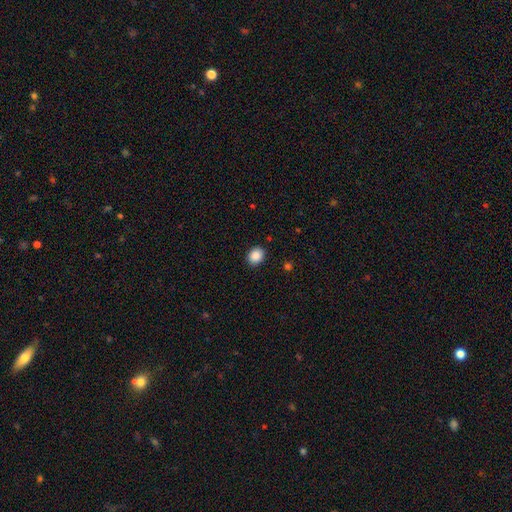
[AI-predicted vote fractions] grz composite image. It shows a smooth galaxy with no disk features (88%) that is round (55%). Merging: none (90%).